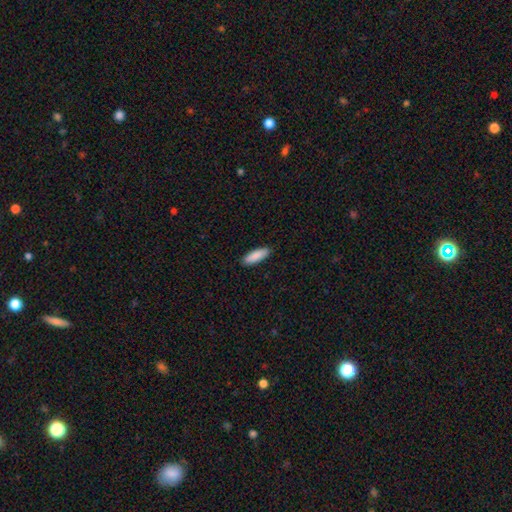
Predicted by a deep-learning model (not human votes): The model was most divided on "how rounded": in between: 53%, cigar-shaped: 46%, round: 1%. More confident: merging — none (90%); smooth or featured — smooth (89%).